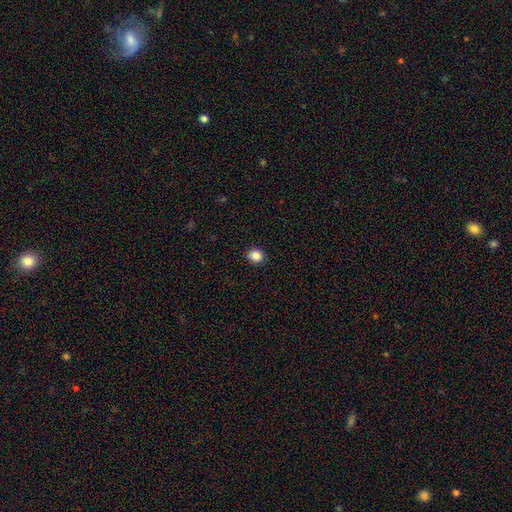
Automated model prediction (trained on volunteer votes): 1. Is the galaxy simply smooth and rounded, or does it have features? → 85% smooth, 11% star or artifact, 4% featured or disk.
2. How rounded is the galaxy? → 77% round, 22% in between, 1% cigar-shaped.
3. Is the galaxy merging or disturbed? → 87% none, 10% minor disturbance, 2% major disturbance, 1% merger.